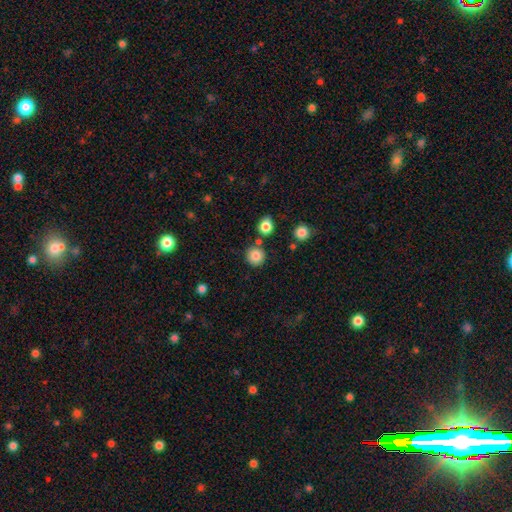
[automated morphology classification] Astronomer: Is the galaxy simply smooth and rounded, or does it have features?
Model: smooth — 83%.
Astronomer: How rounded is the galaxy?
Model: round — 93%.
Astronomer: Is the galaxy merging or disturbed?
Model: none — 82%.